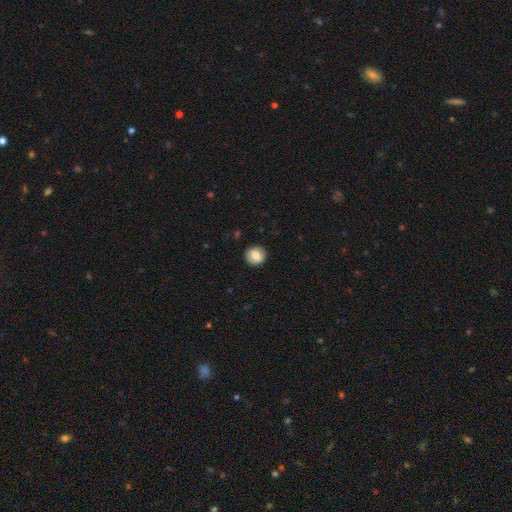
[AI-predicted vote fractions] The model was most divided on "smooth or featured": smooth: 76%, featured or disk: 15%, star or artifact: 8%. More confident: merging — none (89%); how rounded — round (89%).